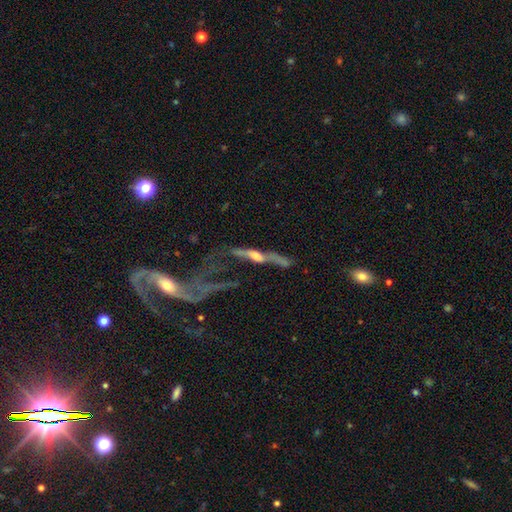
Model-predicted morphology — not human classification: Smooth or featured: featured or disk — 72% (smooth — 18%)
Edge-on disk: yes — 69% (no — 31%)
Merging: none — 31% (tied with major disturbance — 31%)